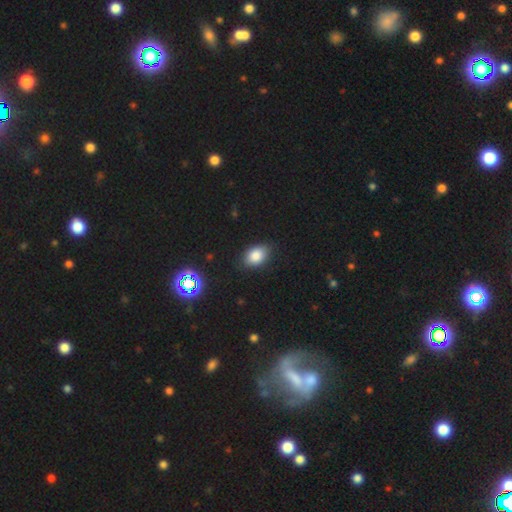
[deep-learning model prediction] Smooth or featured? smooth (83%)
How rounded? in between (80%)
Merging? none (84%)